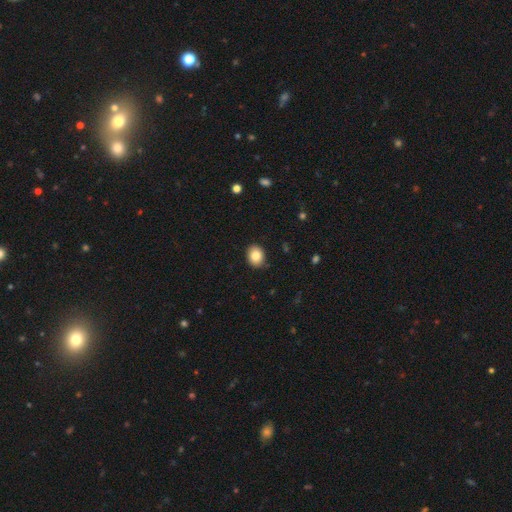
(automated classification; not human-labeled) A smooth galaxy with no disk features (83%) that is round (51%).

Vote fractions:
- Smooth or featured? smooth: 83% / star or artifact: 9% / featured or disk: 8%
- How rounded? round: 51% / in between: 48% / cigar-shaped: 1%
- Merging? none: 88% / minor disturbance: 9% / major disturbance: 2% / merger: 1%